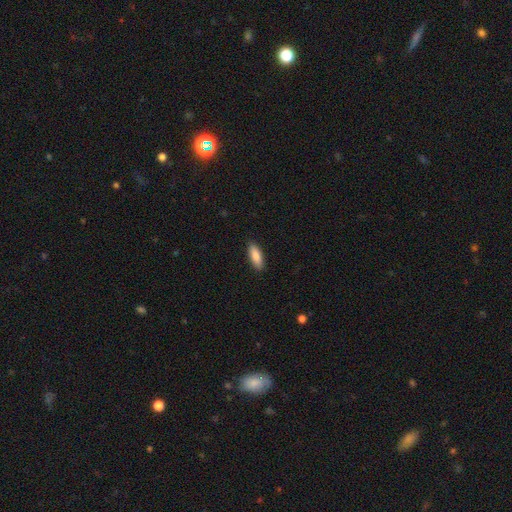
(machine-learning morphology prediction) The model was most divided on "how rounded": in between: 65%, cigar-shaped: 33%, round: 2%. More confident: merging — none (89%); smooth or featured — smooth (87%).